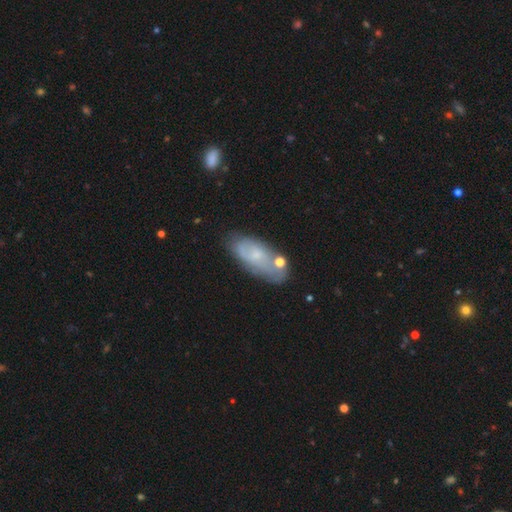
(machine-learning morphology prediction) Smooth or featured? Predicted: featured or disk (p=0.46). Merging? Predicted: none (p=0.62).